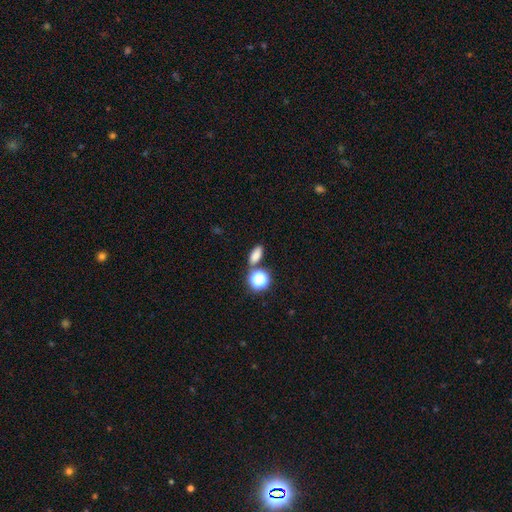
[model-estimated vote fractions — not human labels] Smooth or featured? Predicted: smooth (p=0.78). How rounded? Predicted: in between (p=0.76). Merging? Predicted: none (p=0.76).